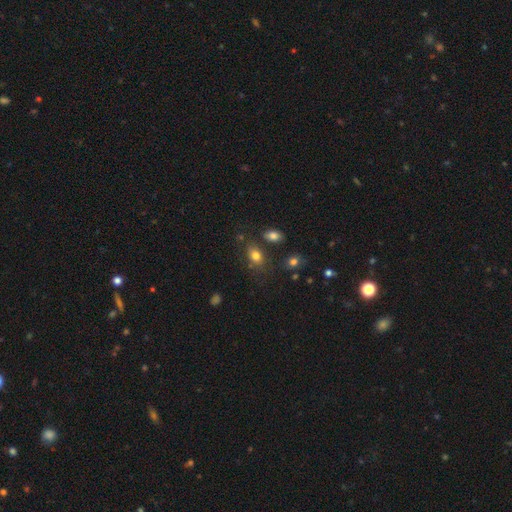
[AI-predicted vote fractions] smooth-or-featured: smooth: 80% | star or artifact: 11% | featured or disk: 9%
  how-rounded: in between: 79% | round: 19% | cigar-shaped: 2%
  merging: none: 71% | minor disturbance: 16% | merger: 8% | major disturbance: 5%